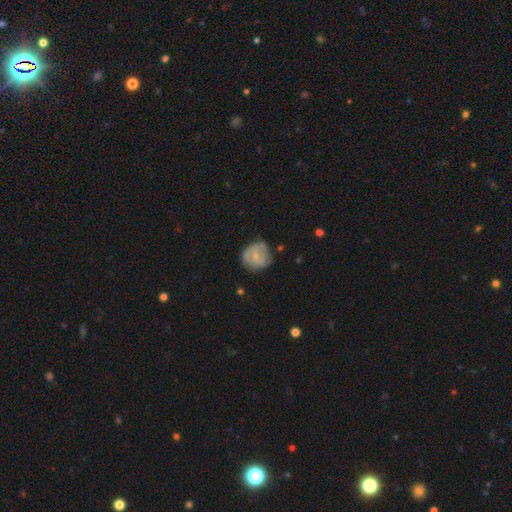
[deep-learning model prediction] A smooth galaxy with no disk features (48%).

Vote fractions:
- Smooth or featured? smooth: 48% / featured or disk: 45% / star or artifact: 7%
- Merging? none: 68% / minor disturbance: 23% / major disturbance: 7% / merger: 2%